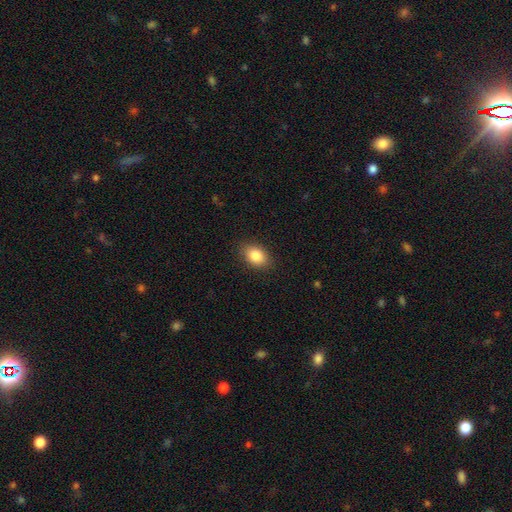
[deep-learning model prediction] A smooth galaxy with no disk features (85%) that is in between round and cigar-shaped (80%).

Vote fractions:
- Smooth or featured? smooth: 85% / star or artifact: 8% / featured or disk: 6%
- How rounded? in between: 80% / round: 19% / cigar-shaped: 1%
- Merging? none: 87% / minor disturbance: 9% / major disturbance: 2% / merger: 1%